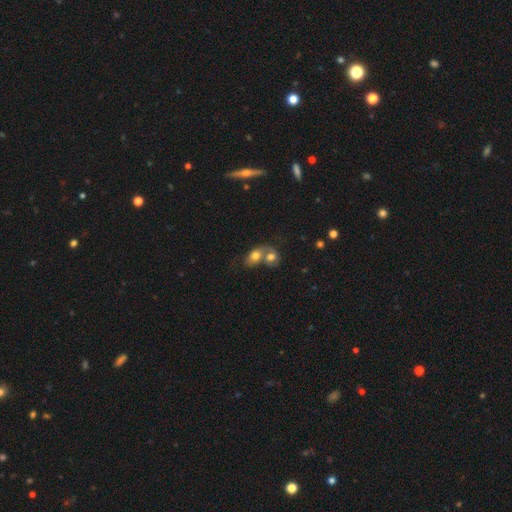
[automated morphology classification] smooth-or-featured: smooth: 70% | featured or disk: 22% | star or artifact: 9%
  how-rounded: in between: 63% | round: 35% | cigar-shaped: 2%
  merging: merger: 75% | none: 15% | minor disturbance: 6% | major disturbance: 5%